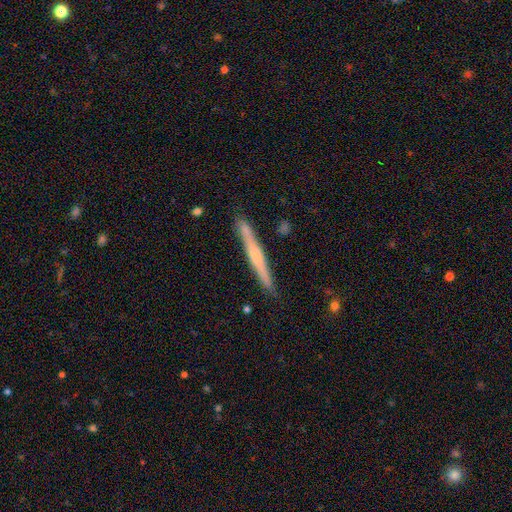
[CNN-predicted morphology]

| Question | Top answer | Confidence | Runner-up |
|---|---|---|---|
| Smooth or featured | featured or disk | 54% | smooth (41%) |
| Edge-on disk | yes | 97% | no (3%) |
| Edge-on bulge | none | 50% | rounded (37%) |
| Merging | none | 86% | minor disturbance (10%) |